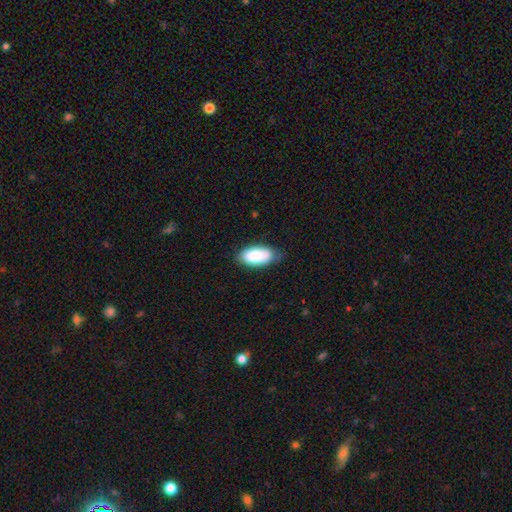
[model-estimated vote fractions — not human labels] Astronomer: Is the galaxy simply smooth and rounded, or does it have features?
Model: smooth — 81%.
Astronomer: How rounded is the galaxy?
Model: in between — 94%.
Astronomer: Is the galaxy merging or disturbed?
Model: none — 69%.